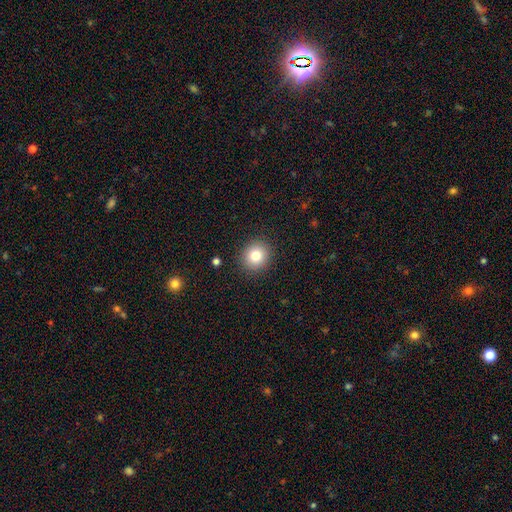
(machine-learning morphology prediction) Smooth or featured: smooth — 82% (star or artifact — 10%)
How rounded: round — 86% (in between — 13%)
Merging: none — 90% (minor disturbance — 7%)